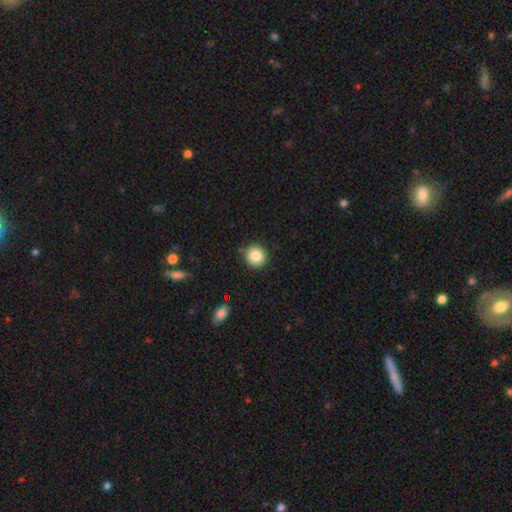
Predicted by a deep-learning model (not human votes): smooth 84%, star or artifact 10%, featured or disk 6%. Down the decision tree: how rounded — round (92%); merging — none (86%).